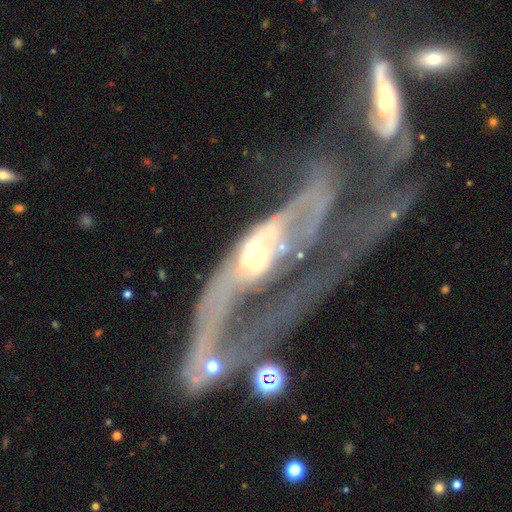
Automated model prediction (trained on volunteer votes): This appears to be a featured or disk galaxy (76%) with no bar (44%), spiral arms (64%) and a moderate central bulge (59%). Merging: major disturbance (43%).